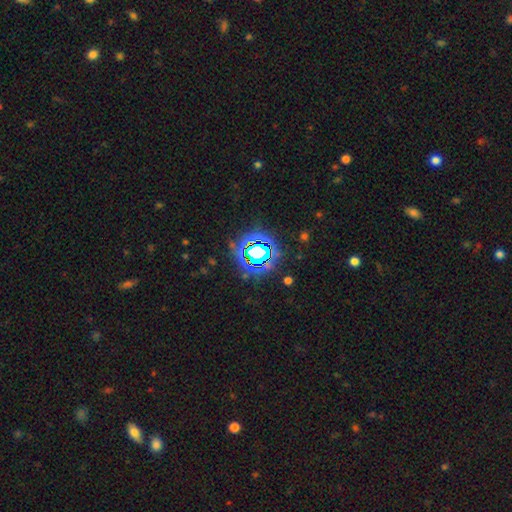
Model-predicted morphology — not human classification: smooth-or-featured: star or artifact: 72% | smooth: 16% | featured or disk: 12%